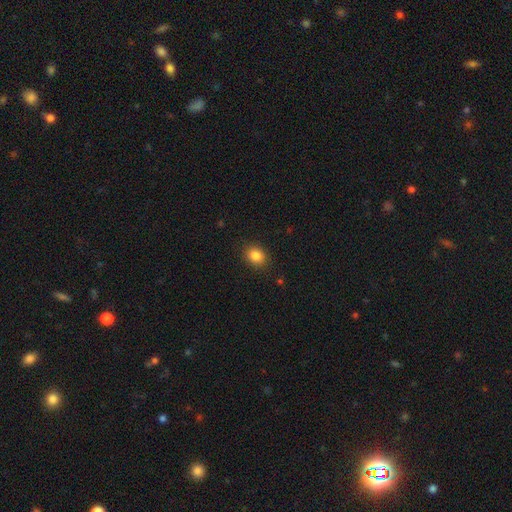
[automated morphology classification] Smooth or featured: smooth — 85% (star or artifact — 10%)
How rounded: round — 59% (in between — 40%)
Merging: none — 88% (minor disturbance — 8%)